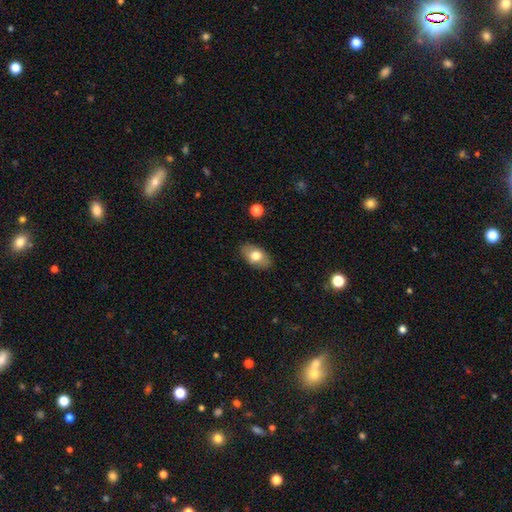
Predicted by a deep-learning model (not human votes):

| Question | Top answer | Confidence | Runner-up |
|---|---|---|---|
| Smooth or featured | smooth | 73% | featured or disk (20%) |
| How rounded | in between | 90% | round (8%) |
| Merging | none | 86% | minor disturbance (10%) |